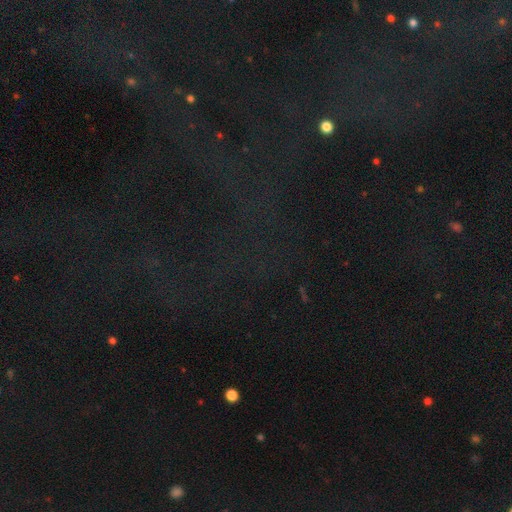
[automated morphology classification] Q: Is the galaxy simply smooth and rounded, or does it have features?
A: star or artifact — 75%.